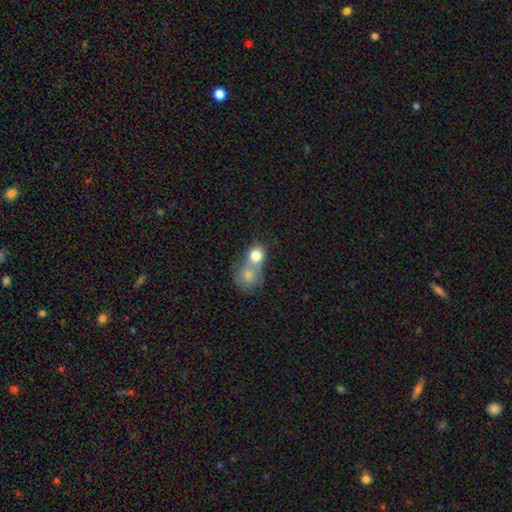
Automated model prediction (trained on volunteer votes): The model was most divided on "merging": merger: 67%, none: 22%, minor disturbance: 7%, major disturbance: 4%. More confident: smooth or featured — smooth (78%); how rounded — round (73%).